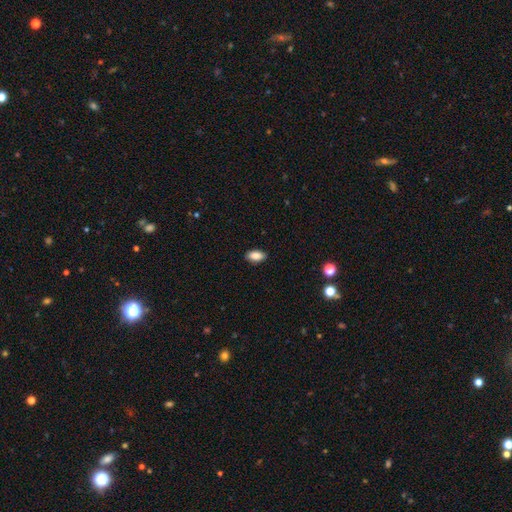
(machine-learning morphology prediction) This appears to be a smooth galaxy with no disk features (88%) that is in between round and cigar-shaped (92%). Merging: none (89%).